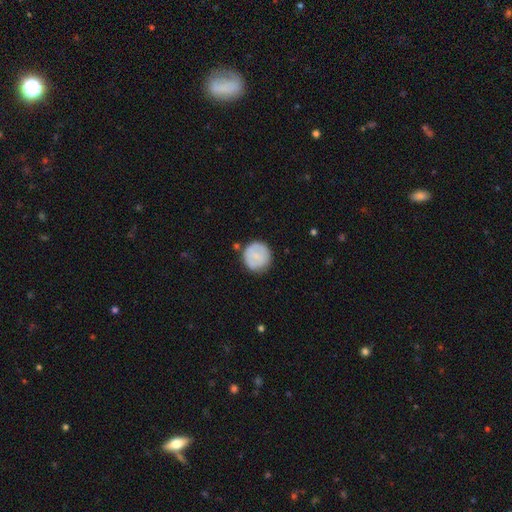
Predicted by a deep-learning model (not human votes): smooth 72%, featured or disk 22%, star or artifact 6%. Down the decision tree: how rounded — round (93%); merging — none (81%).